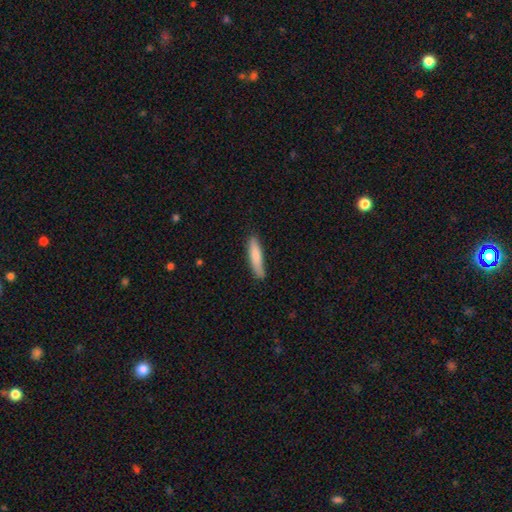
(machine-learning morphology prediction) smooth-or-featured: smooth: 79% | featured or disk: 15% | star or artifact: 5%
  how-rounded: cigar-shaped: 84% | in between: 14% | round: 1%
  merging: none: 82% | minor disturbance: 15% | major disturbance: 2% | merger: 1%